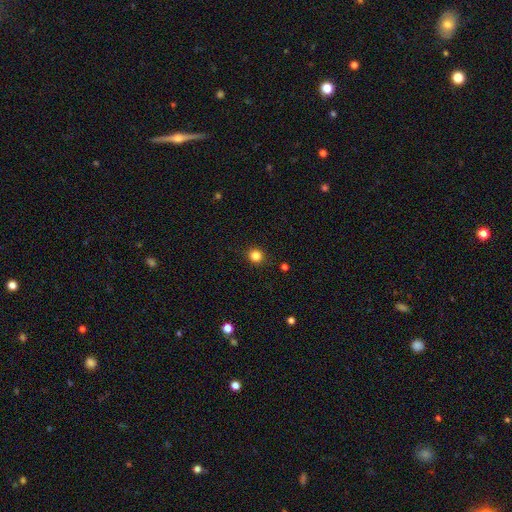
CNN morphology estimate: This appears to be a smooth galaxy with no disk features (83%) that is round (90%). Merging: none (91%).